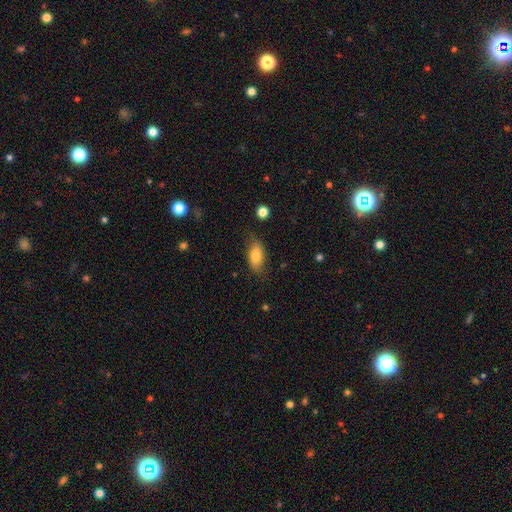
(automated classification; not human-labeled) Q: Smooth or featured?
A: smooth (75%); runner-up: featured or disk (18%)
Q: How rounded?
A: in between (88%); runner-up: cigar-shaped (7%)
Q: Merging?
A: none (72%); runner-up: minor disturbance (21%)